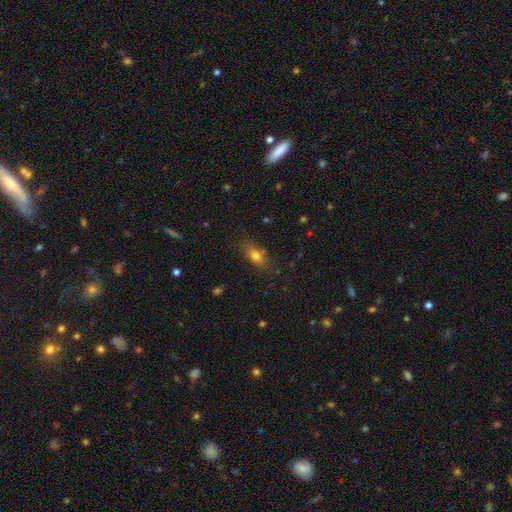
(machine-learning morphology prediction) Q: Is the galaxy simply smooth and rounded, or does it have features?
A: smooth — 77%.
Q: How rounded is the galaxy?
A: in between — 79%.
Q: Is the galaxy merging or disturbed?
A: none — 78%.